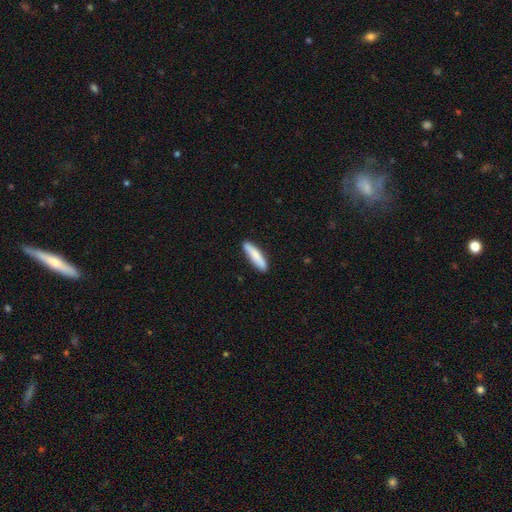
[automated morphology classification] This is clearly a smooth galaxy (82%). How rounded: clearly cigar-shaped (81%). Merging: clearly none (87%).